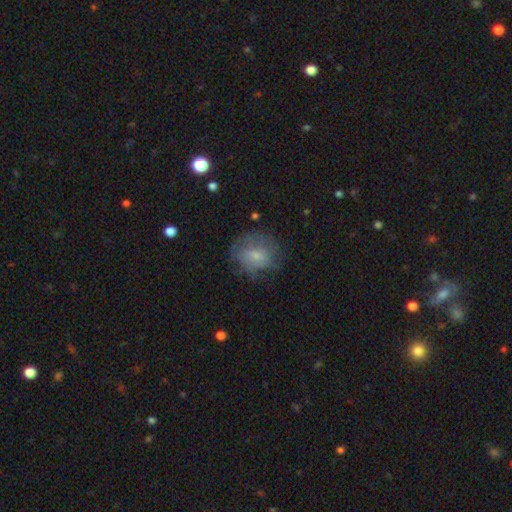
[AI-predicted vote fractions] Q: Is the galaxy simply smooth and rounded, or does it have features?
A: smooth — 60%.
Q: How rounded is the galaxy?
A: round — 71%.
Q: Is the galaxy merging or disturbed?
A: none — 59%.